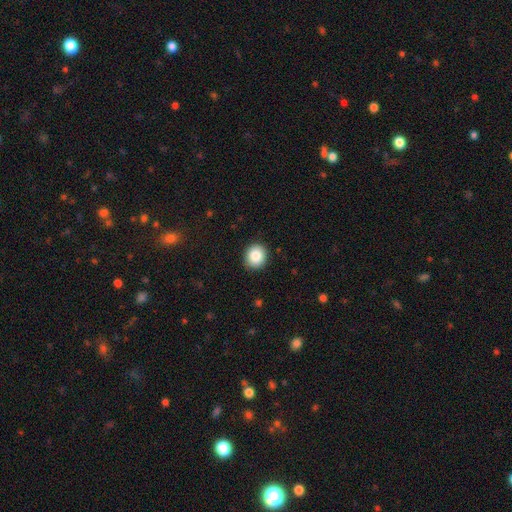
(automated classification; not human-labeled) The model was most divided on "how rounded": round: 81%, in between: 18%, cigar-shaped: 1%. More confident: merging — none (90%); smooth or featured — smooth (86%).